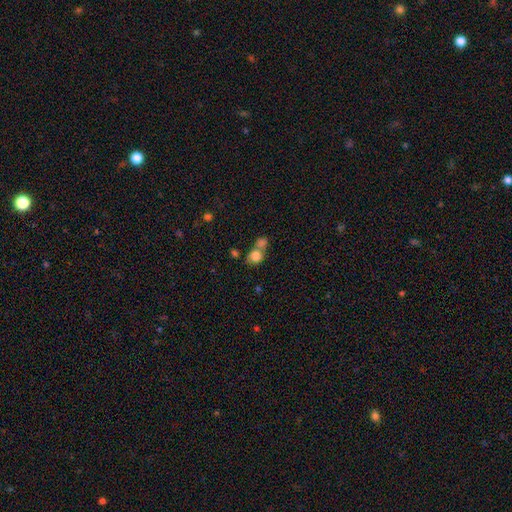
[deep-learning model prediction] Smooth or featured?
  - smooth: 81% *
  - star or artifact: 10%
  - featured or disk: 9%
How rounded?
  - round: 69% *
  - in between: 29%
  - cigar-shaped: 1%
Merging?
  - merger: 56% *
  - none: 32%
  - minor disturbance: 8%
  - major disturbance: 4%